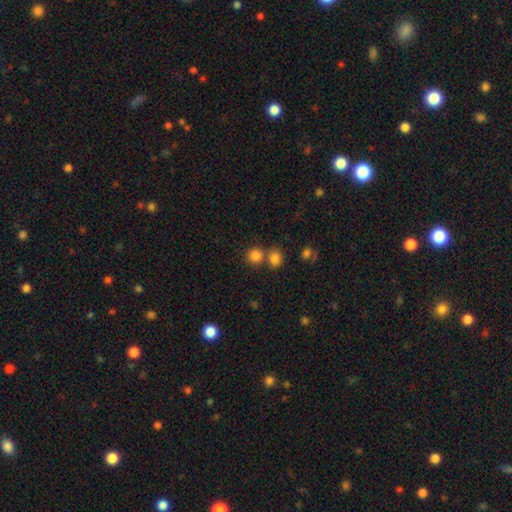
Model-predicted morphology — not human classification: Smooth or featured?
  - smooth: 82% *
  - star or artifact: 13%
  - featured or disk: 6%
How rounded?
  - round: 88% *
  - in between: 11%
  - cigar-shaped: 1%
Merging?
  - none: 61% *
  - merger: 29%
  - minor disturbance: 7%
  - major disturbance: 3%